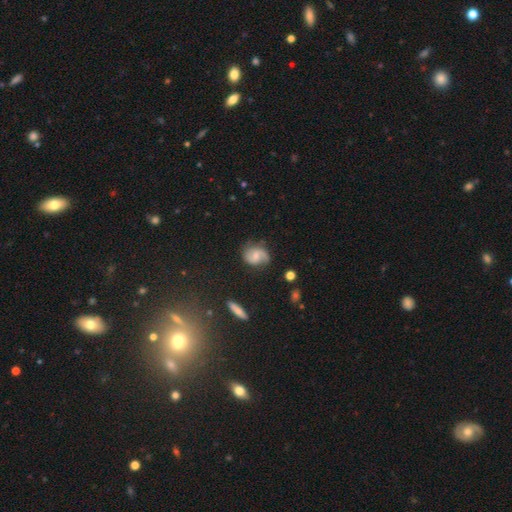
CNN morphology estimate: Smooth or featured?
  - featured or disk: 62% *
  - smooth: 29%
  - star or artifact: 9%
Edge-on disk?
  - no: 97% *
  - yes: 3%
Bar?
  - no: 55% *
  - weak: 38%
  - strong: 7%
Spiral arms?
  - yes: 92% *
  - no: 8%
Spiral winding?
  - medium: 44% *
  - loose: 32%
  - tight: 24%
Spiral arm count?
  - 2: 79% *
  - can't tell: 9%
  - 1: 8%
  - 3: 2%
  - 4: 1%
  - more than 4: 1%
Bulge size?
  - small: 47% *
  - moderate: 40%
  - none: 9%
  - large: 3%
  - dominant: 1%
Merging?
  - none: 67% *
  - minor disturbance: 23%
  - major disturbance: 8%
  - merger: 2%